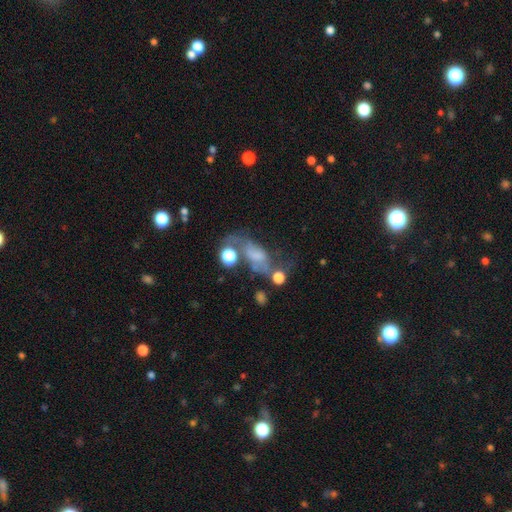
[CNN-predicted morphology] smooth_or_featured: featured or disk (p=0.47) [alt: smooth p=0.38]
merging: none (p=0.33) [alt: major disturbance p=0.32]